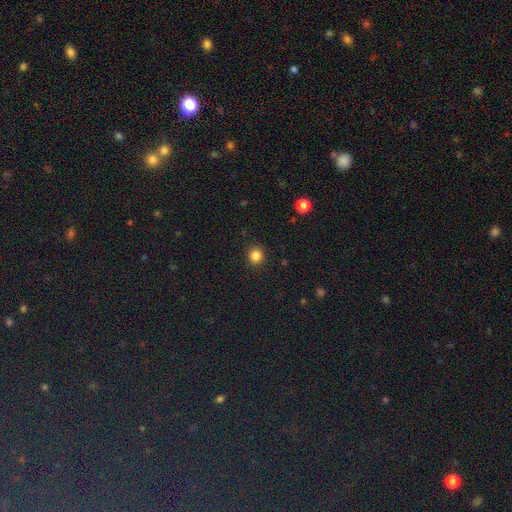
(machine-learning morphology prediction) Smooth or featured? smooth (84%)
How rounded? round (90%)
Merging? none (91%)